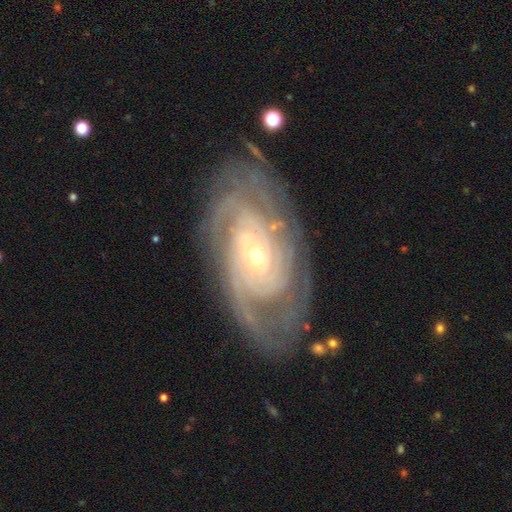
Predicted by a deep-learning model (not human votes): Q: Smooth or featured?
A: featured or disk (88%); runner-up: smooth (6%)
Q: Edge-on disk?
A: no (95%); runner-up: yes (5%)
Q: Bar?
A: no (70%); runner-up: weak (22%)
Q: Spiral arms?
A: yes (96%); runner-up: no (4%)
Q: Spiral winding?
A: tight (73%); runner-up: medium (22%)
Q: Spiral arm count?
A: can't tell (31%); runner-up: 4 (19%)
Q: Bulge size?
A: small (71%); runner-up: moderate (25%)
Q: Merging?
A: none (77%); runner-up: minor disturbance (15%)